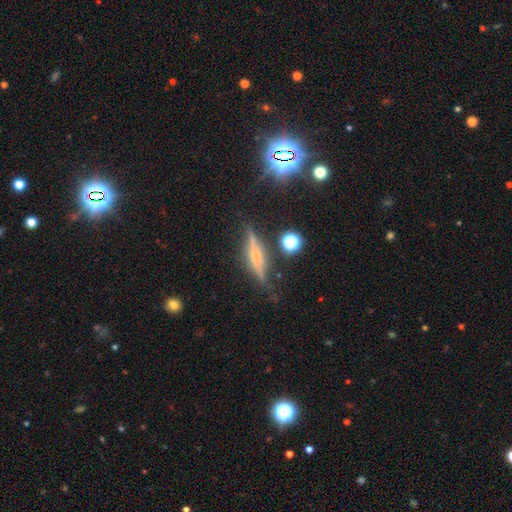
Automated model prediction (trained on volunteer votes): Morphology: type=featured or disk (62%); edge-on=yes (94%); edge-on bulge=rounded (52%); merging=none (76%).